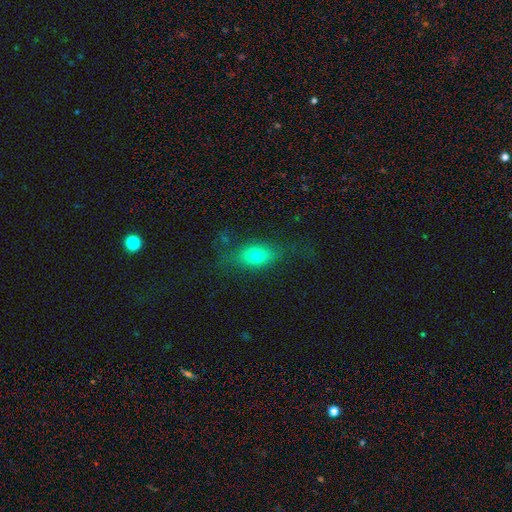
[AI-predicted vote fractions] The model was most divided on "merging": none: 65%, minor disturbance: 20%, major disturbance: 13%, merger: 3%. More confident: how rounded — in between (75%); smooth or featured — smooth (69%).